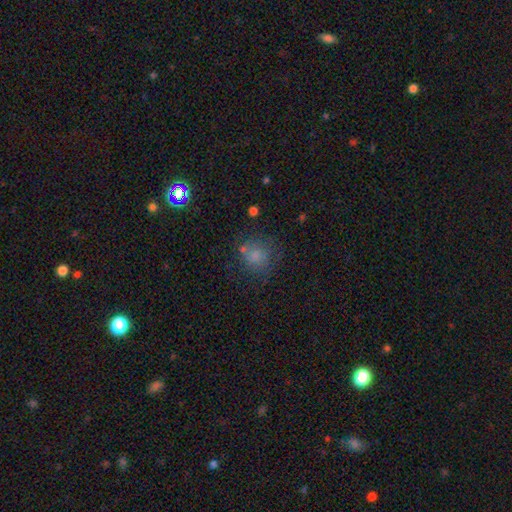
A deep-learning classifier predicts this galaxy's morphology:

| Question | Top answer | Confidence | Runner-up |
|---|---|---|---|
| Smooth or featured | smooth | 62% | star or artifact (24%) |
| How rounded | round | 83% | in between (16%) |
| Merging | none | 67% | minor disturbance (17%) |